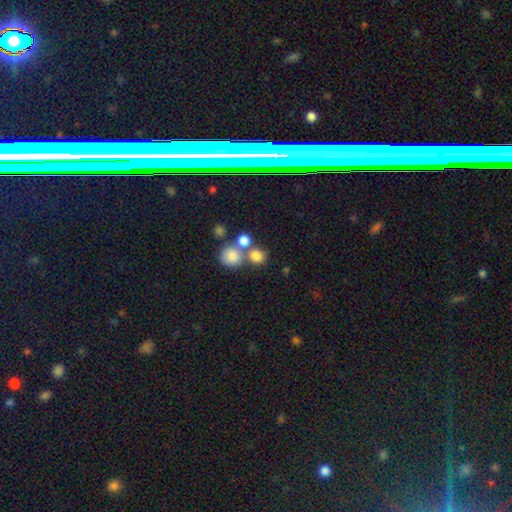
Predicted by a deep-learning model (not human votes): Overall: smooth (78%). How rounded: round (82%). Merging: none (52%; merger 37%).